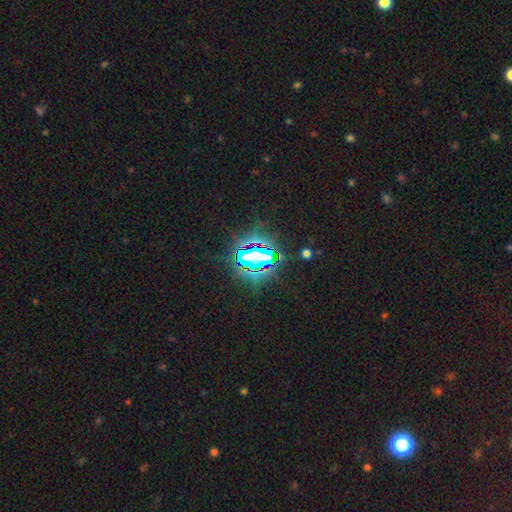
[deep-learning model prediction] Smooth or featured? star or artifact (76%)